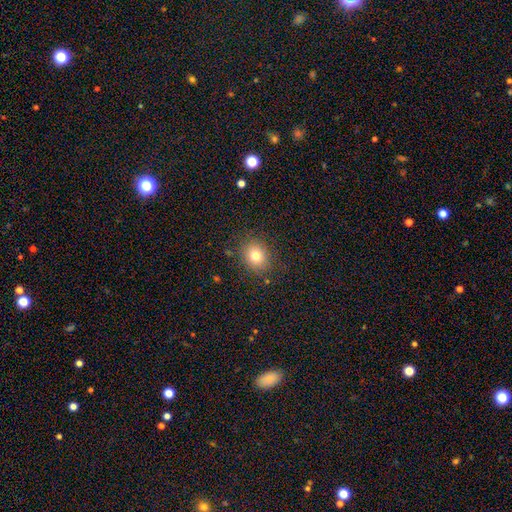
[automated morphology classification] Smooth or featured? smooth (77%)
How rounded? round (67%)
Merging? none (84%)